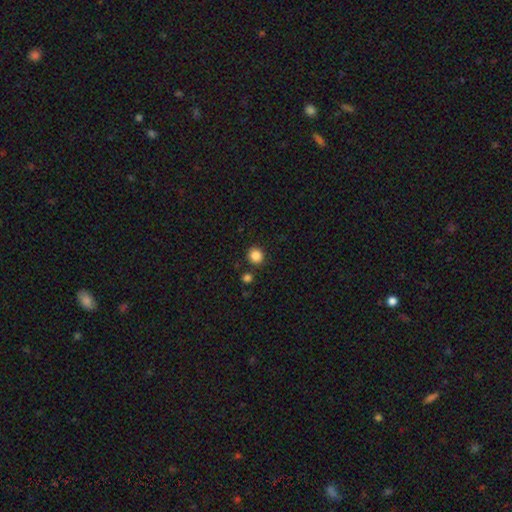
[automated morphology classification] smooth 86%, star or artifact 11%, featured or disk 3%. Down the decision tree: how rounded — round (88%); merging — none (87%).